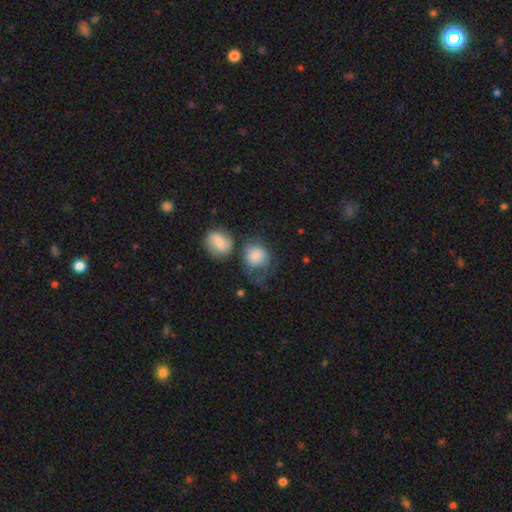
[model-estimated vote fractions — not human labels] smooth 77%, featured or disk 16%, star or artifact 7%. Down the decision tree: how rounded — round (72%); merging — none (37%).